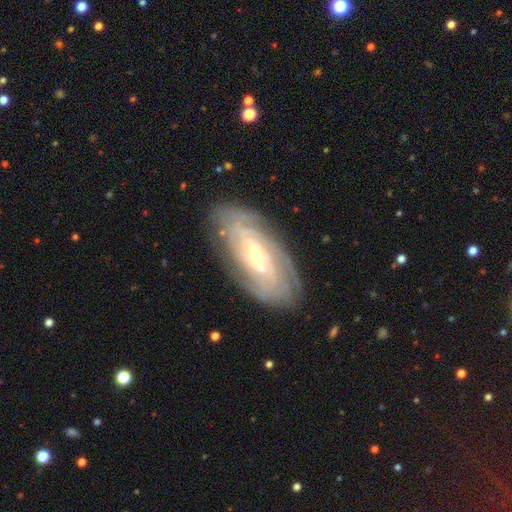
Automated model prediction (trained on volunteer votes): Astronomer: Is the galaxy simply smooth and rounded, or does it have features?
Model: featured or disk — 82%.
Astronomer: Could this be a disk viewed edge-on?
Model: no — 91%.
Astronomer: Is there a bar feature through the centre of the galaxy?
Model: no — 42% (runner-up: weak, 37%).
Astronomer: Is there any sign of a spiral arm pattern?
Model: yes — 92%.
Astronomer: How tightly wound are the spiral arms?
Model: tight — 77%.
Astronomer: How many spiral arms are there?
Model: can't tell — 48%.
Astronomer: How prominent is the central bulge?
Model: small — 62%.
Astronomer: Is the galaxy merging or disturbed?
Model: none — 83%.